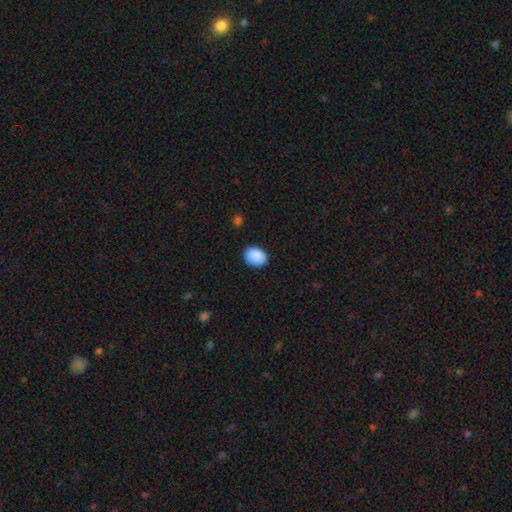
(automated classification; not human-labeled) smooth 90%, star or artifact 7%, featured or disk 3%. Down the decision tree: how rounded — in between (61%); merging — none (87%).